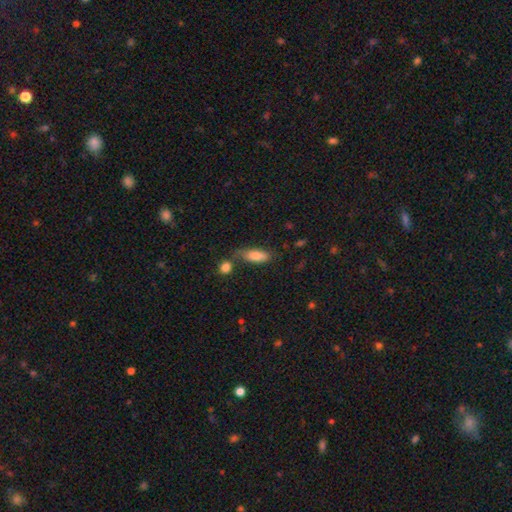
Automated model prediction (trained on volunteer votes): Q: Smooth or featured?
A: smooth (79%); runner-up: featured or disk (13%)
Q: How rounded?
A: in between (68%); runner-up: cigar-shaped (29%)
Q: Merging?
A: none (57%); runner-up: minor disturbance (21%)